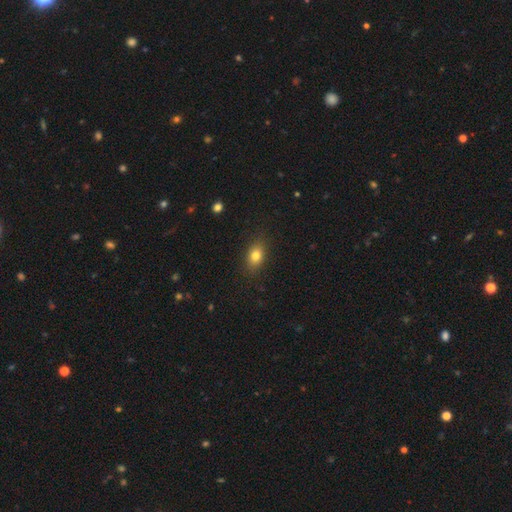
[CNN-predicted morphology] Smooth or featured: smooth — 80% (star or artifact — 10%)
How rounded: in between — 75% (round — 21%)
Merging: none — 86% (minor disturbance — 10%)